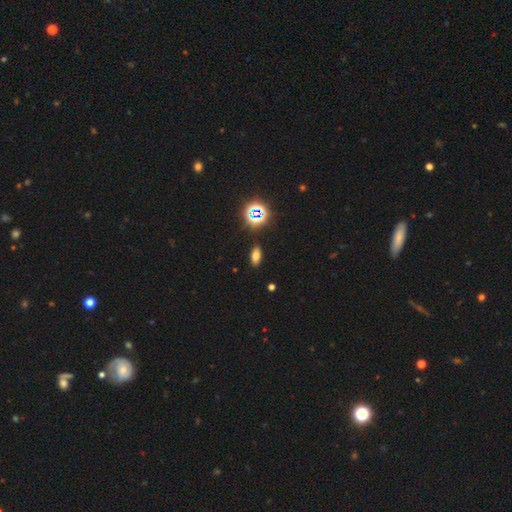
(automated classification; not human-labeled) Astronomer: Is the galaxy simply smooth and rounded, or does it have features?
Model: smooth — 66%.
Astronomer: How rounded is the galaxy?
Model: in between — 84%.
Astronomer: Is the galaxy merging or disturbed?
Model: none — 88%.